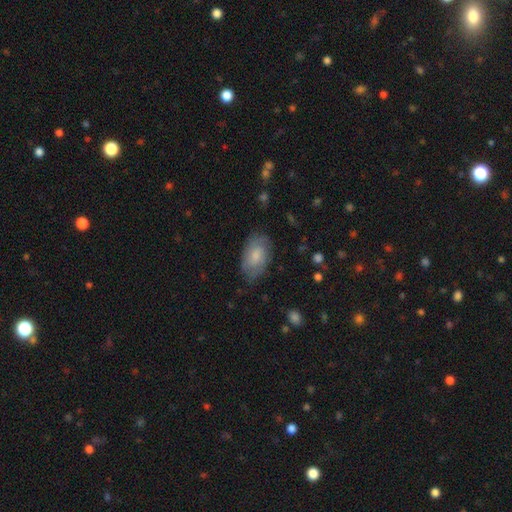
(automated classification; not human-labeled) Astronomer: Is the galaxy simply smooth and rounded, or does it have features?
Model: featured or disk — 47% (runner-up: smooth, 46%).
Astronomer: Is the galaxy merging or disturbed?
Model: none — 74%.